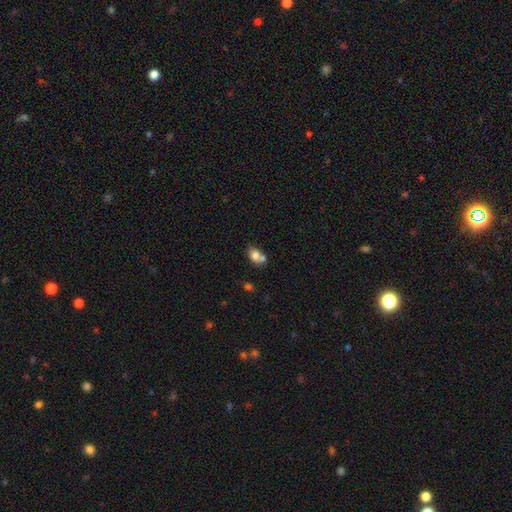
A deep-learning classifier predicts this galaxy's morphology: This is likely a smooth galaxy (77%). How rounded: likely in between (67%). Merging: marginally none (42%).